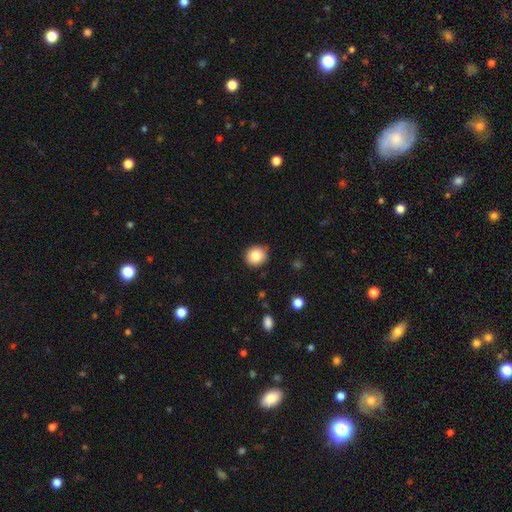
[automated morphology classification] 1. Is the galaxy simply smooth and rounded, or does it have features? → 84% smooth, 9% star or artifact, 7% featured or disk.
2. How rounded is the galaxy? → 88% round, 11% in between, 1% cigar-shaped.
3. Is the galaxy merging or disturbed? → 87% none, 10% minor disturbance, 2% major disturbance, 1% merger.